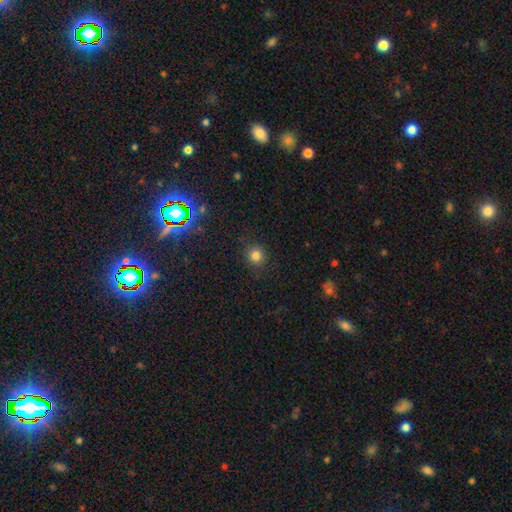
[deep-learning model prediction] smooth_or_featured: smooth (p=0.80) [alt: star or artifact p=0.14]
how_rounded: round (p=0.91) [alt: in between p=0.08]
merging: none (p=0.88) [alt: minor disturbance p=0.08]